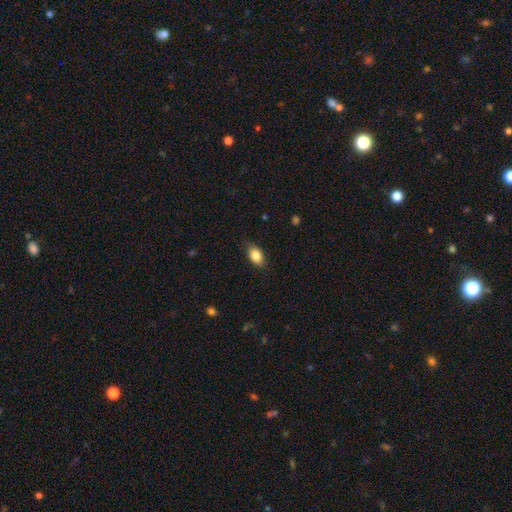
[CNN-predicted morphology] type=smooth (85%); roundness=in between (88%); merging=none (78%).